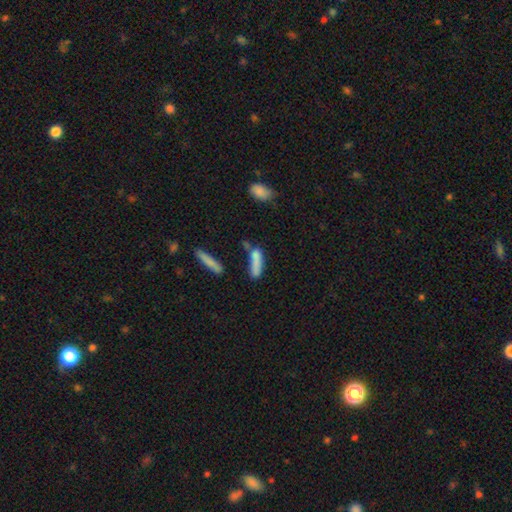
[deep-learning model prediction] A smooth galaxy with no disk features (74%) that is cigar-shaped (67%). Merging: none (38%).